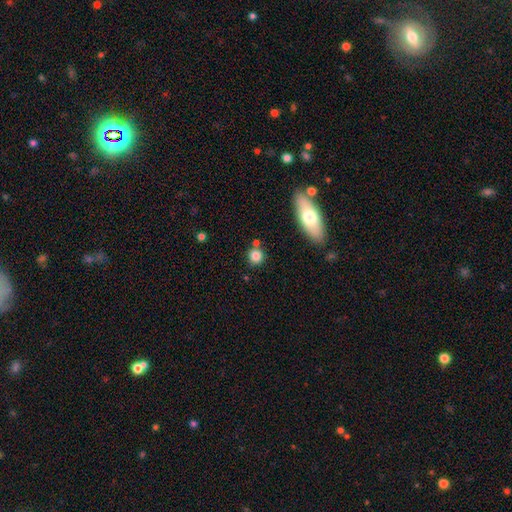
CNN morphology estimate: Smooth or featured? smooth (82%)
How rounded? round (87%)
Merging? none (76%)